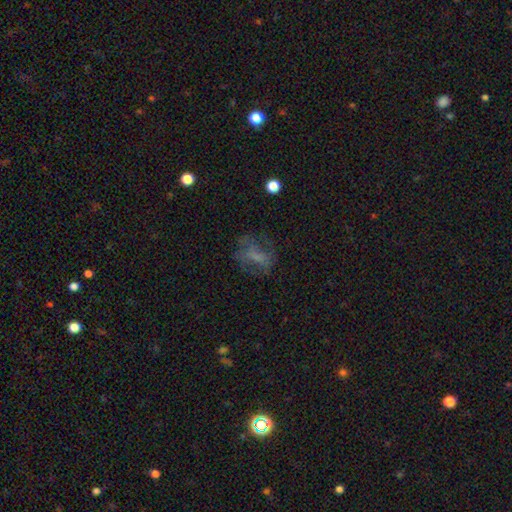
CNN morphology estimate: Smooth or featured? Predicted: smooth (p=0.45). Merging? Predicted: none (p=0.54).